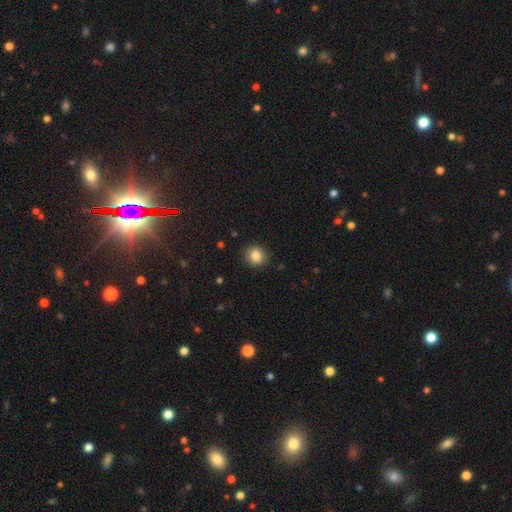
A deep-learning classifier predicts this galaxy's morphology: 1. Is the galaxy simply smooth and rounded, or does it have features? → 85% smooth, 10% star or artifact, 6% featured or disk.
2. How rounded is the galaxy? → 86% round, 13% in between, 1% cigar-shaped.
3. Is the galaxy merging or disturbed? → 91% none, 7% minor disturbance, 2% major disturbance, 1% merger.